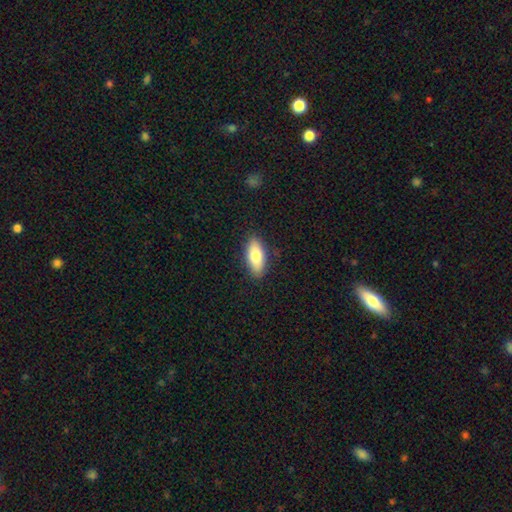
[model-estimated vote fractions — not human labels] Morphology: type=smooth (78%); roundness=in between (84%); merging=none (88%).